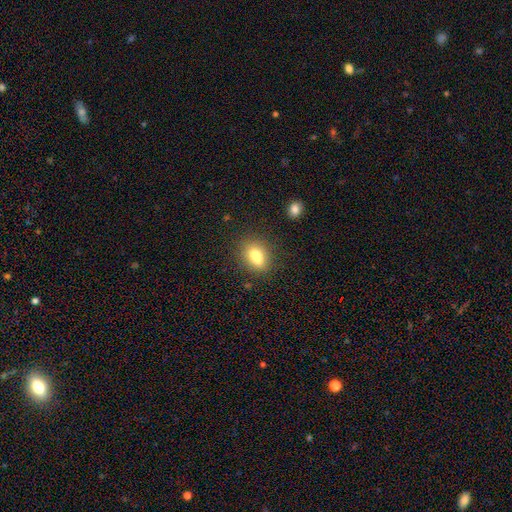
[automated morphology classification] Smooth or featured?
  - smooth: 78% *
  - featured or disk: 11%
  - star or artifact: 10%
How rounded?
  - in between: 67% *
  - round: 30%
  - cigar-shaped: 2%
Merging?
  - none: 75% *
  - minor disturbance: 14%
  - merger: 8%
  - major disturbance: 4%